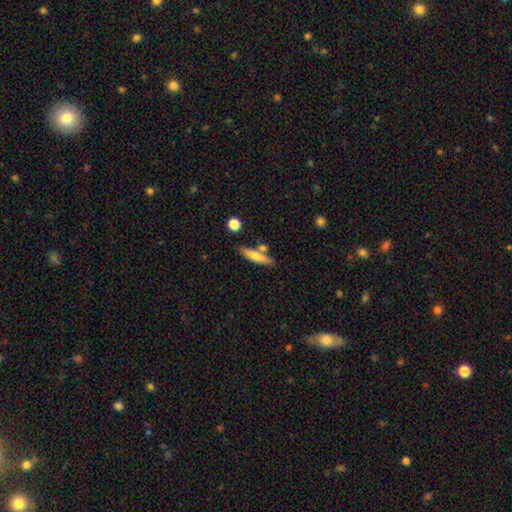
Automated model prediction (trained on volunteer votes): A smooth galaxy with no disk features (62%) that is cigar-shaped (78%).

Vote fractions:
- Smooth or featured? smooth: 62% / featured or disk: 31% / star or artifact: 7%
- How rounded? cigar-shaped: 78% / in between: 20% / round: 2%
- Merging? none: 72% / merger: 13% / minor disturbance: 12% / major disturbance: 3%